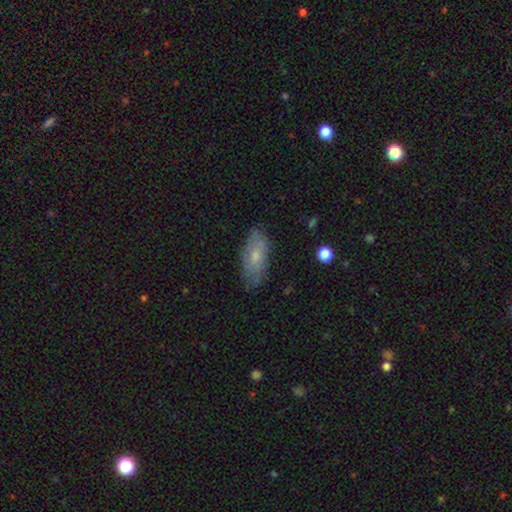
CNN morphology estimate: Smooth or featured?
  - smooth: 65% *
  - featured or disk: 29%
  - star or artifact: 7%
How rounded?
  - in between: 87% *
  - cigar-shaped: 10%
  - round: 3%
Merging?
  - none: 74% *
  - minor disturbance: 21%
  - major disturbance: 4%
  - merger: 1%